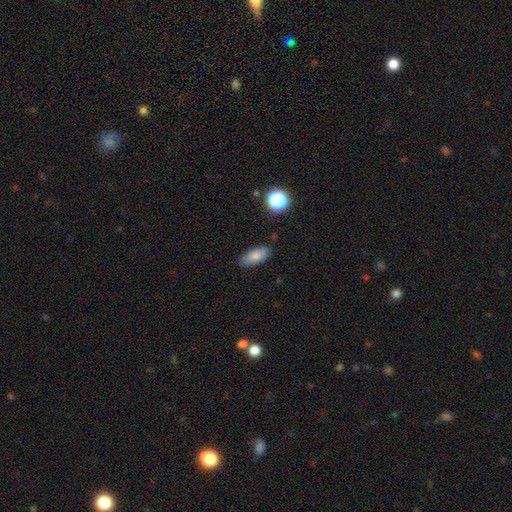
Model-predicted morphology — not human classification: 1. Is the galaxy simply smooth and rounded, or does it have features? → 80% smooth, 11% featured or disk, 9% star or artifact.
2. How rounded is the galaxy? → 80% in between, 17% cigar-shaped, 4% round.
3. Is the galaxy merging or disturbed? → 85% none, 11% minor disturbance, 2% major disturbance, 2% merger.